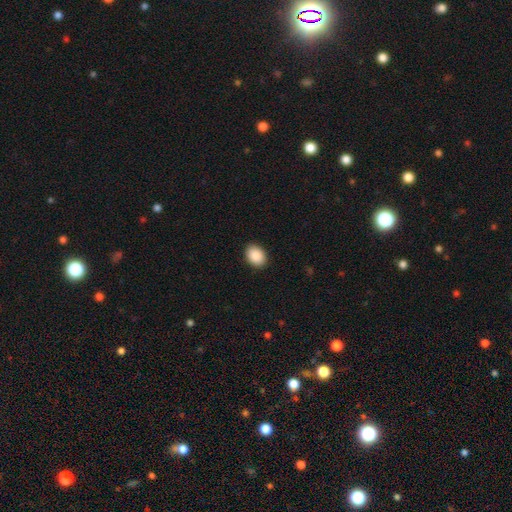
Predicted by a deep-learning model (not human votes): smooth-or-featured: smooth: 89% | star or artifact: 7% | featured or disk: 3%
  how-rounded: in between: 71% | round: 28% | cigar-shaped: 1%
  merging: none: 90% | minor disturbance: 7% | major disturbance: 2% | merger: 1%